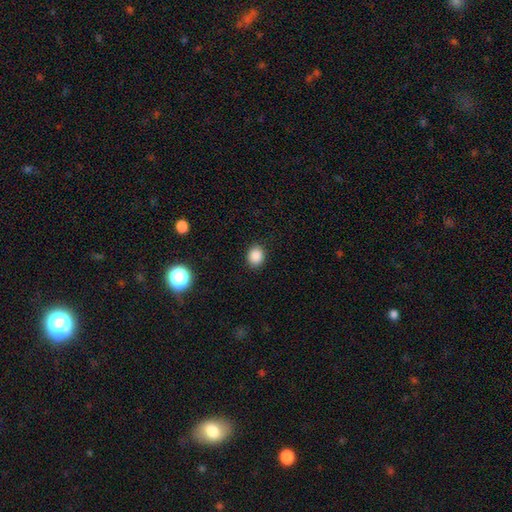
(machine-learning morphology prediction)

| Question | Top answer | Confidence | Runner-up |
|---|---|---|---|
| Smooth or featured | smooth | 88% | star or artifact (9%) |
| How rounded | round | 60% | in between (39%) |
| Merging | none | 89% | minor disturbance (7%) |